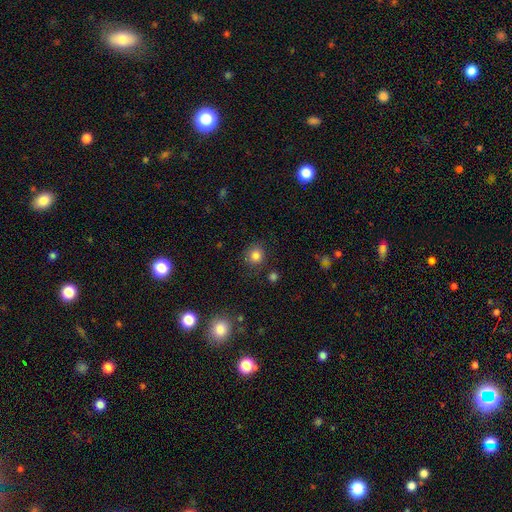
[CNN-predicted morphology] Smooth or featured? Predicted: smooth (p=0.83). How rounded? Predicted: round (p=0.87). Merging? Predicted: none (p=0.83).